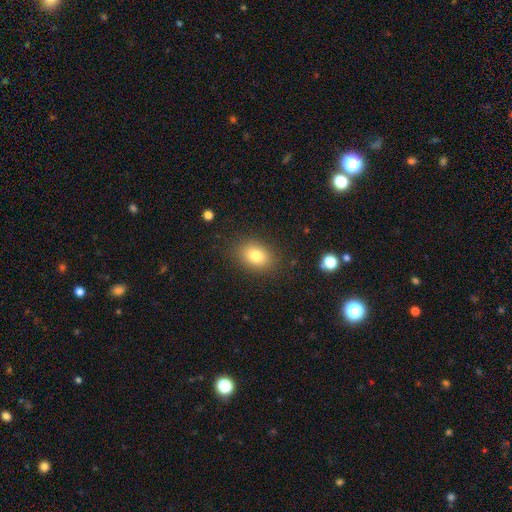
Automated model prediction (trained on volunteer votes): Smooth or featured? smooth (81%)
How rounded? in between (74%)
Merging? none (85%)